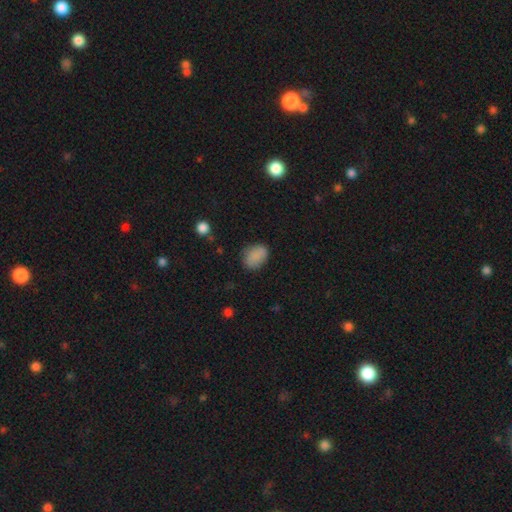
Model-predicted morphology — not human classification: The model was most divided on "how rounded": in between: 76%, round: 23%, cigar-shaped: 1%. More confident: smooth or featured — smooth (85%); merging — none (76%).